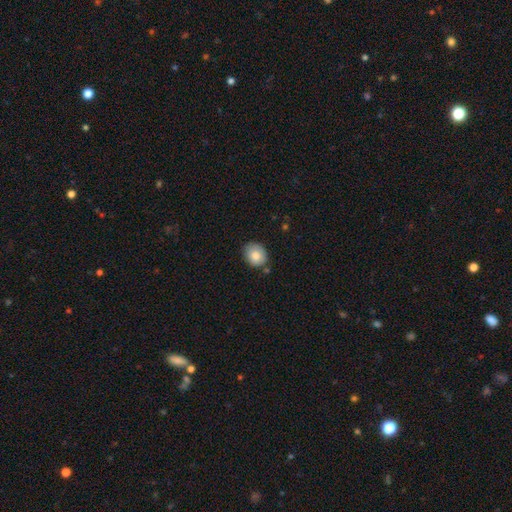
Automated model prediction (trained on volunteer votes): Smooth or featured?
  - smooth: 81% *
  - featured or disk: 11%
  - star or artifact: 8%
How rounded?
  - round: 61% *
  - in between: 39%
  - cigar-shaped: 1%
Merging?
  - none: 74% *
  - minor disturbance: 18%
  - merger: 5%
  - major disturbance: 3%